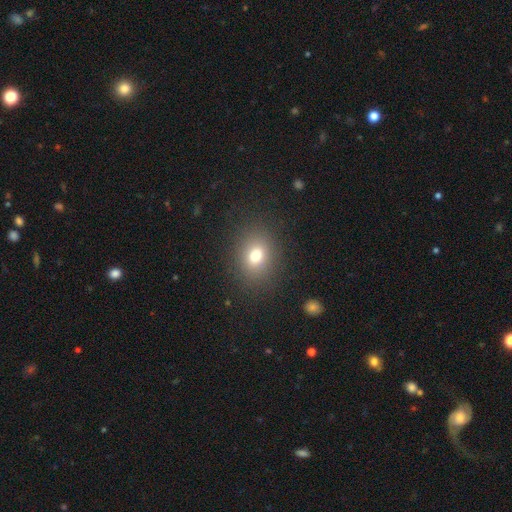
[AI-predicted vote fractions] Smooth or featured? Predicted: smooth (p=0.74). How rounded? Predicted: round (p=0.52). Merging? Predicted: none (p=0.86).